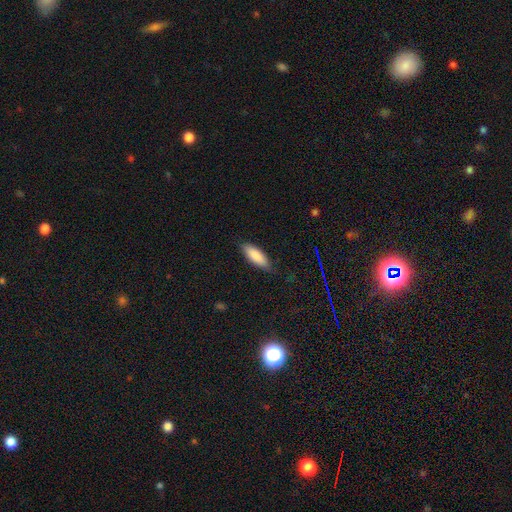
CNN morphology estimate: Smooth or featured? smooth (86%)
How rounded? in between (68%)
Merging? none (80%)